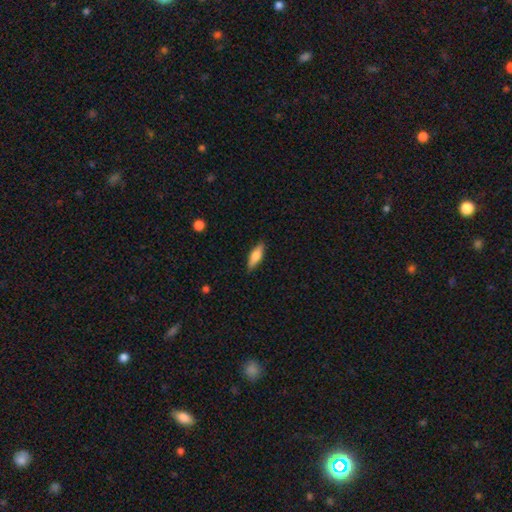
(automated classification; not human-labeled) This is likely a smooth galaxy (66%). How rounded: possibly in between (52%). Merging: clearly none (86%).